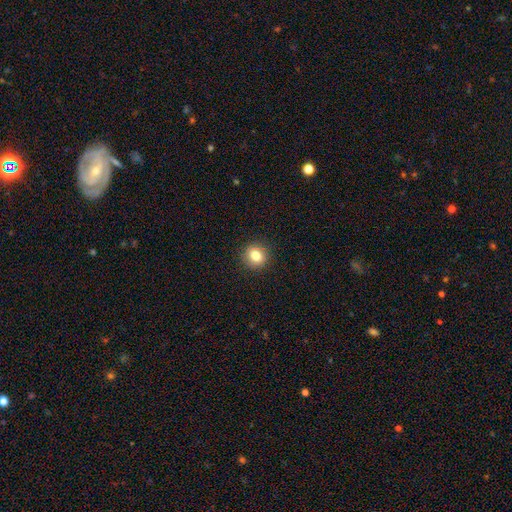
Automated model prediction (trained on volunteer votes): Overall: smooth (81%). How rounded: round (84%). Merging: none (91%).